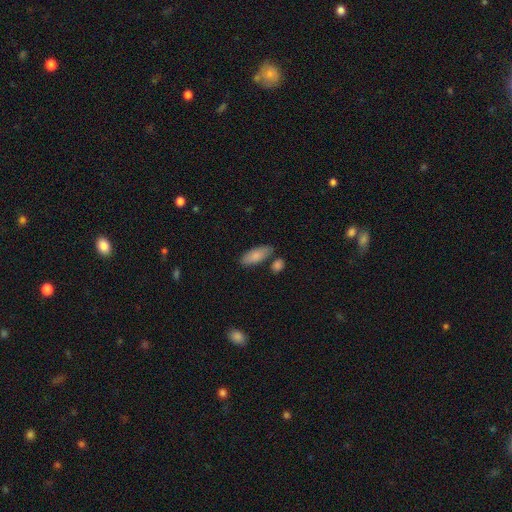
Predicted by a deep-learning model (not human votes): Overall: smooth (84%). How rounded: in between (83%). Merging: none (75%).